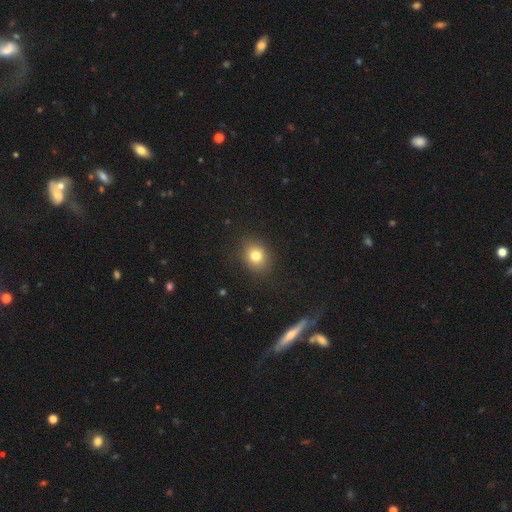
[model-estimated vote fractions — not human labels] Smooth or featured: smooth — 79% (star or artifact — 13%)
How rounded: round — 68% (in between — 31%)
Merging: none — 87% (minor disturbance — 9%)